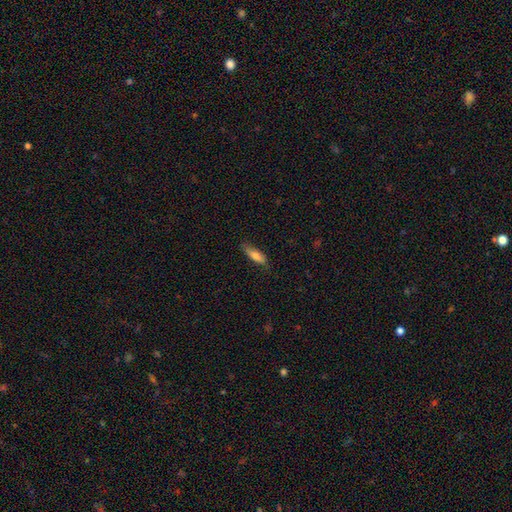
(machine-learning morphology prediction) A smooth galaxy with no disk features (75%) that is cigar-shaped (59%). Merging: none (80%).